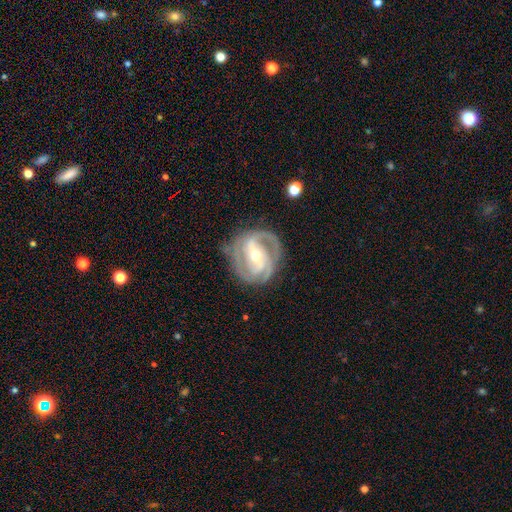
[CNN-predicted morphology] A featured or disk galaxy (91%) with a strong bar (47%), 2 (44%) tight (50%) spiral arms (97%) and a moderate central bulge (52%). Merging: none (77%).